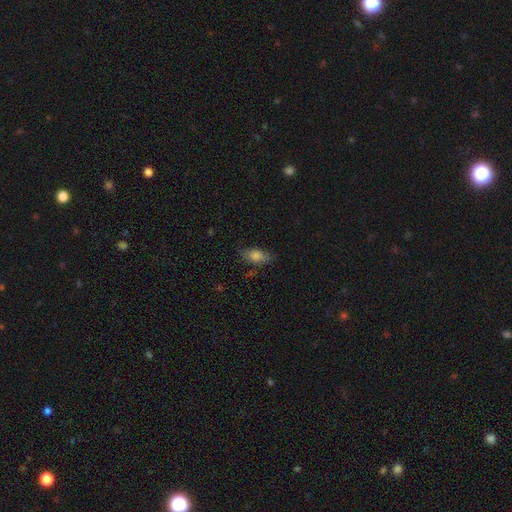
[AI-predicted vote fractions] Overall: smooth (76%). How rounded: in between (81%). Merging: none (73%).